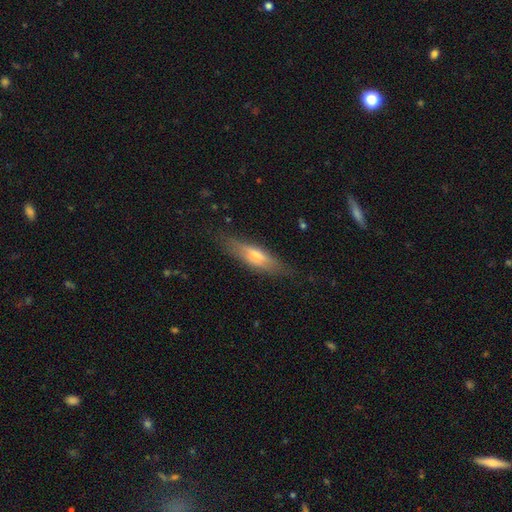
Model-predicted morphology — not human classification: A featured or disk galaxy (52%) viewed edge-on (86%). Merging: none (82%).